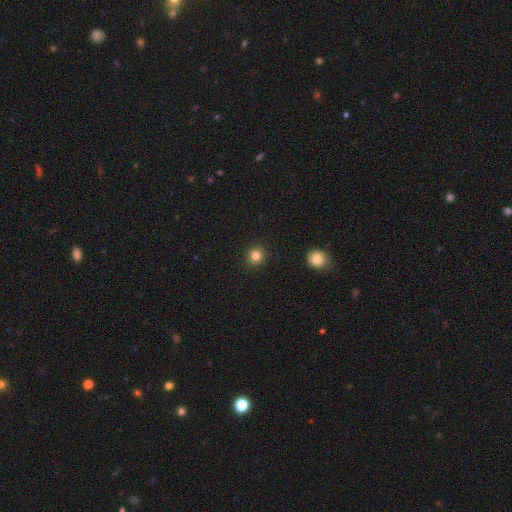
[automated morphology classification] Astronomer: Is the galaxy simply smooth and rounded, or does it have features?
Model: smooth — 83%.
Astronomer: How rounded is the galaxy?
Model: round — 87%.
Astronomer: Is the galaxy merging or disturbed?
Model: none — 91%.